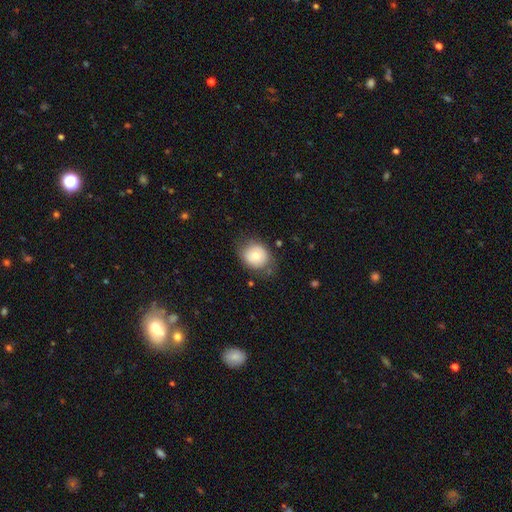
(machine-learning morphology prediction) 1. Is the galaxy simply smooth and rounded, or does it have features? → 69% smooth, 22% featured or disk, 8% star or artifact.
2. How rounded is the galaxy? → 68% round, 31% in between, 1% cigar-shaped.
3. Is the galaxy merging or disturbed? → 71% none, 21% minor disturbance, 7% major disturbance, 2% merger.